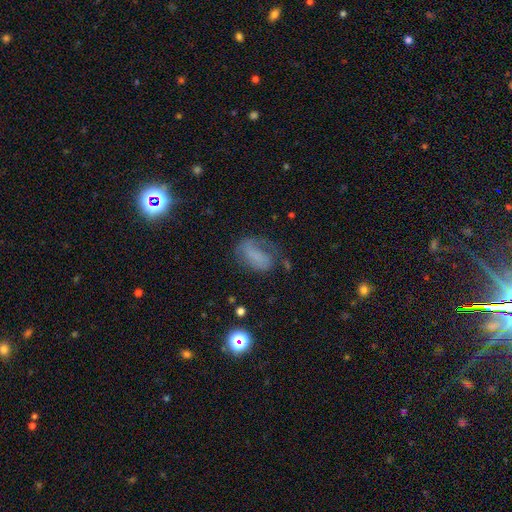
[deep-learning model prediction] Smooth or featured? smooth (44%)
Merging? none (41%)